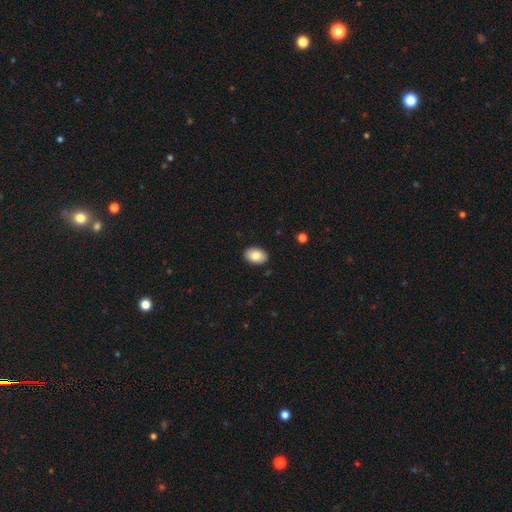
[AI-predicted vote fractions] Smooth or featured? Predicted: smooth (p=0.84). How rounded? Predicted: in between (p=0.85). Merging? Predicted: none (p=0.90).